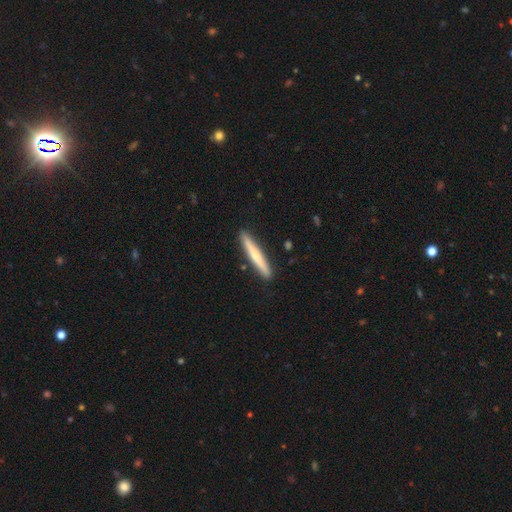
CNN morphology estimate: smooth_or_featured: smooth (p=0.51) [alt: featured or disk p=0.44]
how_rounded: cigar-shaped (p=0.95) [alt: in between p=0.03]
merging: none (p=0.91) [alt: minor disturbance p=0.07]